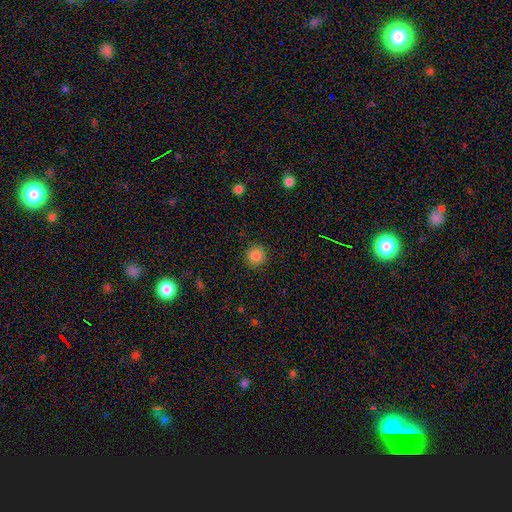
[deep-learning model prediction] Smooth or featured: smooth — 85% (star or artifact — 11%)
How rounded: round — 94% (in between — 5%)
Merging: none — 91% (minor disturbance — 6%)